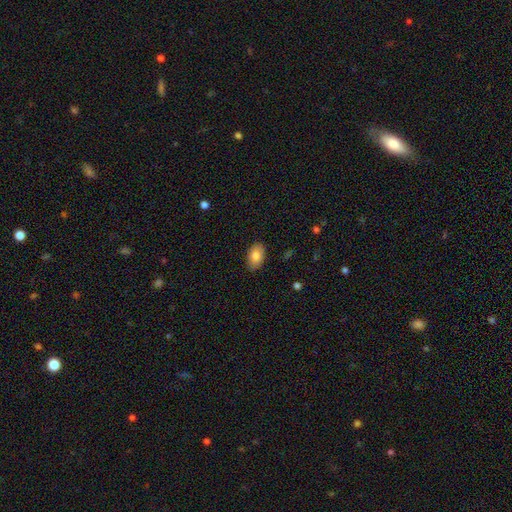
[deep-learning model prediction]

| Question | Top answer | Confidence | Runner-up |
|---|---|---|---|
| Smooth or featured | smooth | 84% | featured or disk (9%) |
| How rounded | in between | 92% | round (7%) |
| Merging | none | 85% | minor disturbance (12%) |